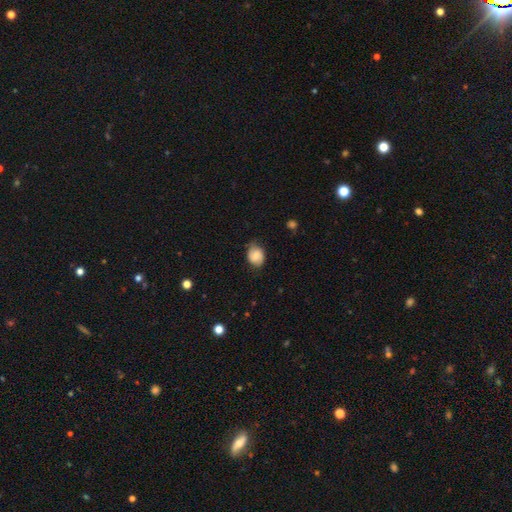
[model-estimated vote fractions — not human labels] Morphology: type=smooth (74%); roundness=in between (53%); merging=none (66%).